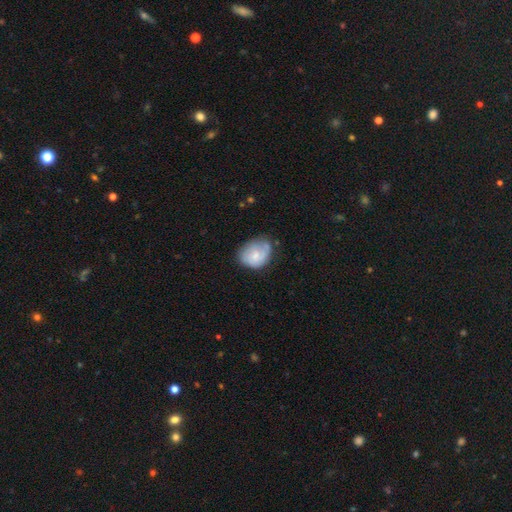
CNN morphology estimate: Overall: smooth (63%; featured or disk 30%). How rounded: in between (57%; round 42%). Merging: none (50%; minor disturbance 35%).